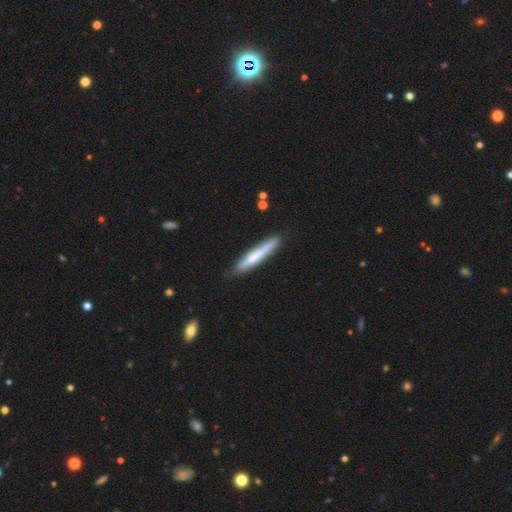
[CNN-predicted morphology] smooth 62%, featured or disk 33%, star or artifact 5%. Down the decision tree: how rounded — cigar-shaped (94%); merging — none (82%).